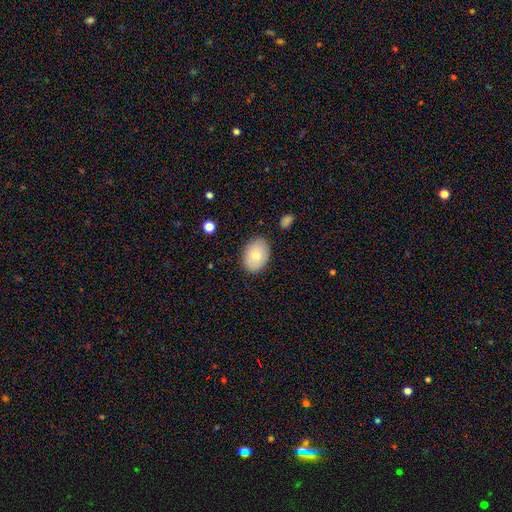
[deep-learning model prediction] This is likely a smooth galaxy (77%). How rounded: clearly in between (81%). Merging: clearly none (83%).